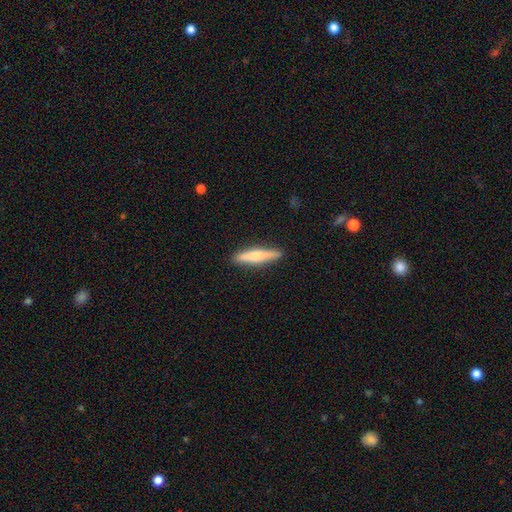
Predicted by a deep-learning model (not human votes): smooth_or_featured: smooth (p=0.59) [alt: featured or disk p=0.36]
how_rounded: cigar-shaped (p=0.88) [alt: in between p=0.10]
merging: none (p=0.90) [alt: minor disturbance p=0.07]